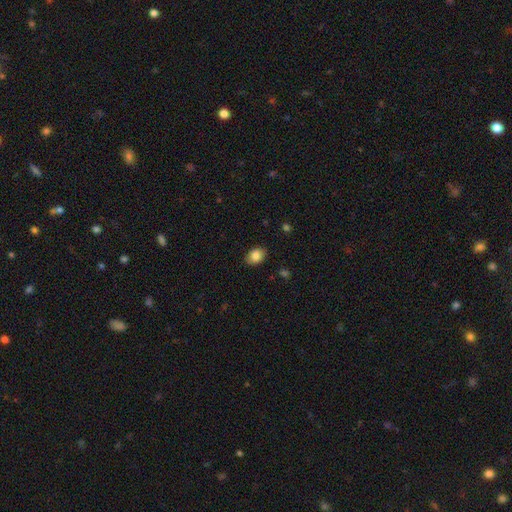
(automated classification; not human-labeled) This appears to be a smooth galaxy with no disk features (85%) that is in between round and cigar-shaped (73%). Merging: none (87%).